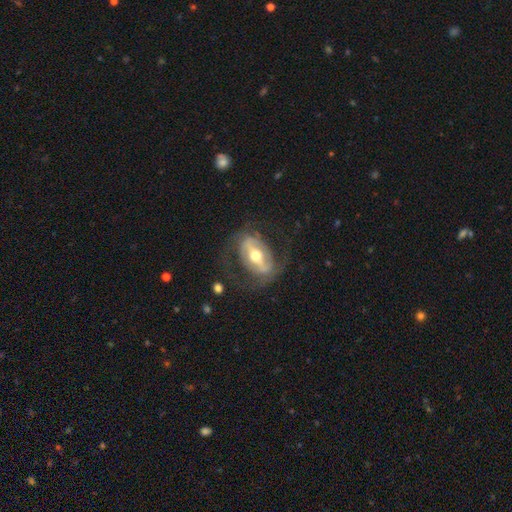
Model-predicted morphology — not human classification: Smooth or featured: featured or disk — 76% (smooth — 18%)
Edge-on disk: no — 90% (yes — 10%)
Bar: strong — 59% (weak — 26%)
Spiral arms: yes — 65% (no — 35%)
Bulge size: moderate — 72% (small — 14%)
Merging: none — 63% (major disturbance — 18%)